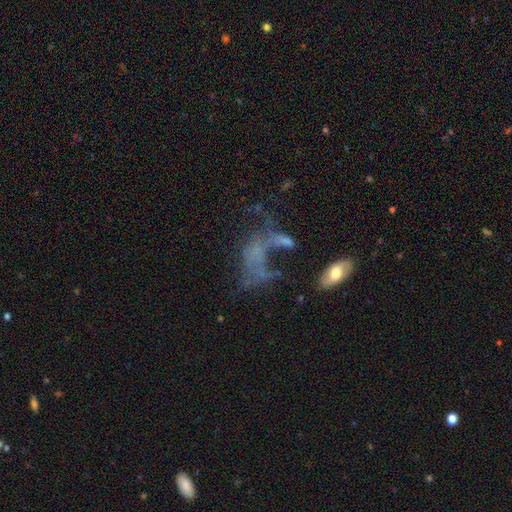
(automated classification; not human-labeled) Smooth or featured? Predicted: featured or disk (p=0.47). Merging? Predicted: major disturbance (p=0.41).